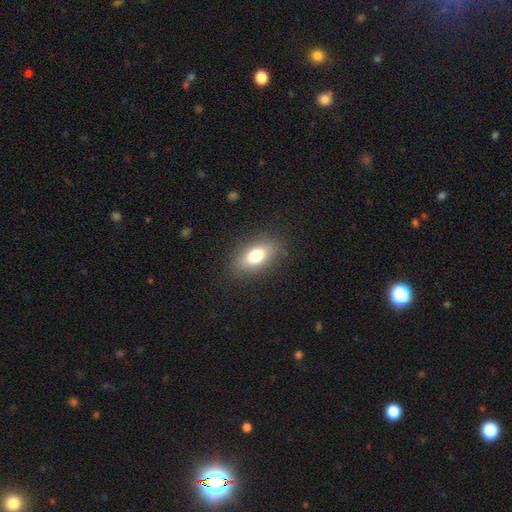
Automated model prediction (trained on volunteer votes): smooth_or_featured: smooth (p=0.78) [alt: featured or disk p=0.14]
how_rounded: in between (p=0.86) [alt: round p=0.07]
merging: none (p=0.84) [alt: minor disturbance p=0.11]